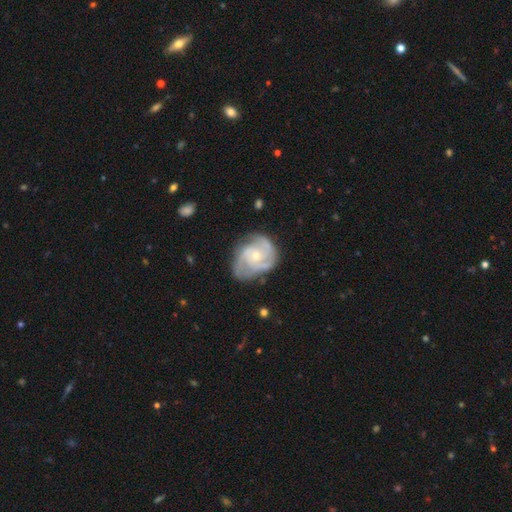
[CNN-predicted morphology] Smooth or featured? Predicted: featured or disk (p=0.85). Edge-on disk? Predicted: no (p=0.98). Bar? Predicted: no (p=0.72). Spiral arms? Predicted: yes (p=0.96). Spiral winding? Predicted: tight (p=0.47). Spiral arm count? Predicted: 3 (p=0.48). Bulge size? Predicted: small (p=0.56). Merging? Predicted: none (p=0.65).